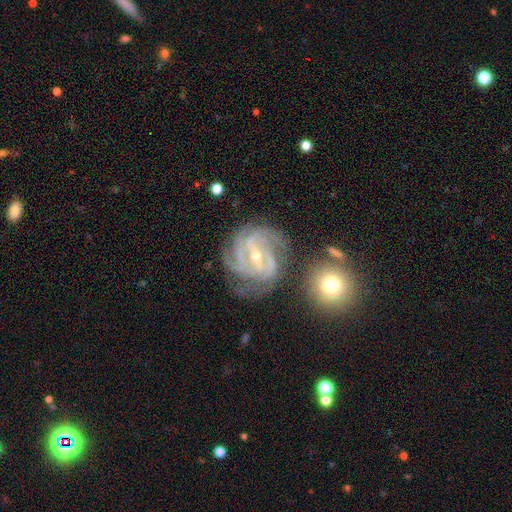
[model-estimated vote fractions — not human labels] Q: Smooth or featured?
A: featured or disk (90%); runner-up: star or artifact (6%)
Q: Edge-on disk?
A: no (97%); runner-up: yes (3%)
Q: Bar?
A: strong (47%); runner-up: weak (38%)
Q: Spiral arms?
A: yes (98%); runner-up: no (2%)
Q: Spiral winding?
A: tight (65%); runner-up: medium (31%)
Q: Spiral arm count?
A: 4 (38%); runner-up: 3 (32%)
Q: Bulge size?
A: small (55%); runner-up: moderate (42%)
Q: Merging?
A: none (68%); runner-up: minor disturbance (18%)